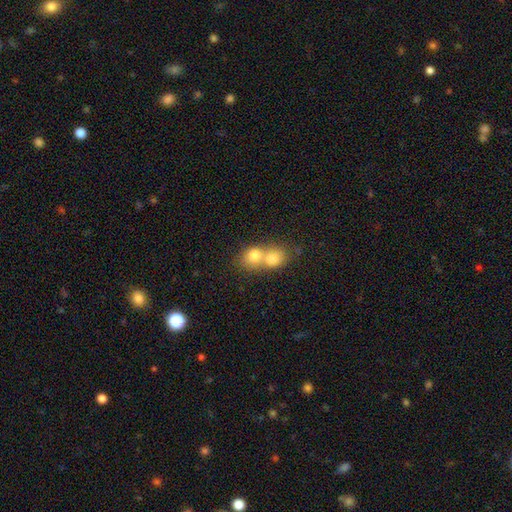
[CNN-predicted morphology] smooth_or_featured: smooth (p=0.75) [alt: featured or disk p=0.16]
how_rounded: round (p=0.59) [alt: in between p=0.40]
merging: merger (p=0.76) [alt: none p=0.17]